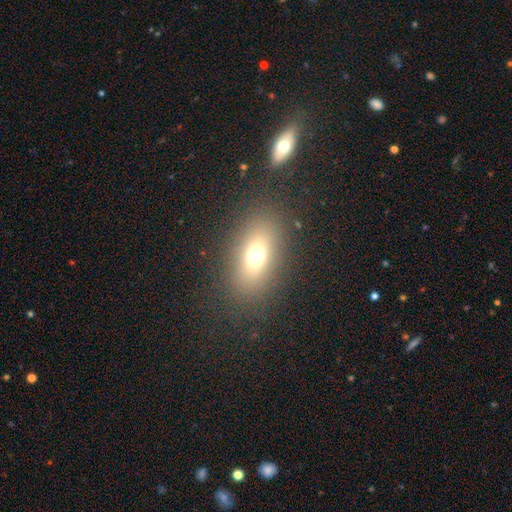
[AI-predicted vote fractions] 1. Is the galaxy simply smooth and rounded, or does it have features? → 68% smooth, 16% star or artifact, 16% featured or disk.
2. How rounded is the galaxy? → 78% in between, 18% round, 4% cigar-shaped.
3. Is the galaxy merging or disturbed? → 83% none, 9% minor disturbance, 7% major disturbance, 1% merger.